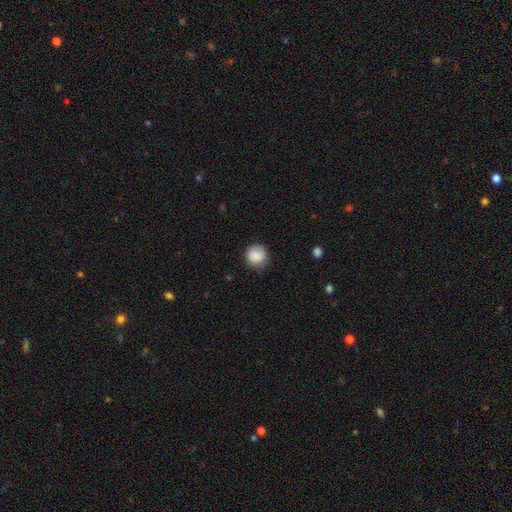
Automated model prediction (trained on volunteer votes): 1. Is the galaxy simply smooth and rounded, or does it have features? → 88% smooth, 8% star or artifact, 4% featured or disk.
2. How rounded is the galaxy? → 92% round, 7% in between, 1% cigar-shaped.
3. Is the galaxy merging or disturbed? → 83% none, 13% minor disturbance, 3% major disturbance, 1% merger.